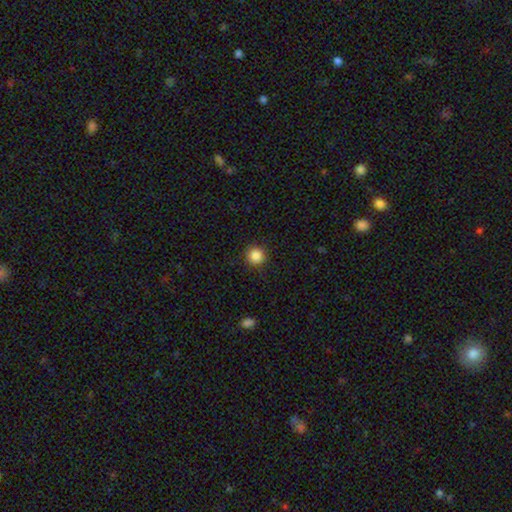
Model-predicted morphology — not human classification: type=smooth (87%); roundness=round (95%); merging=none (90%).